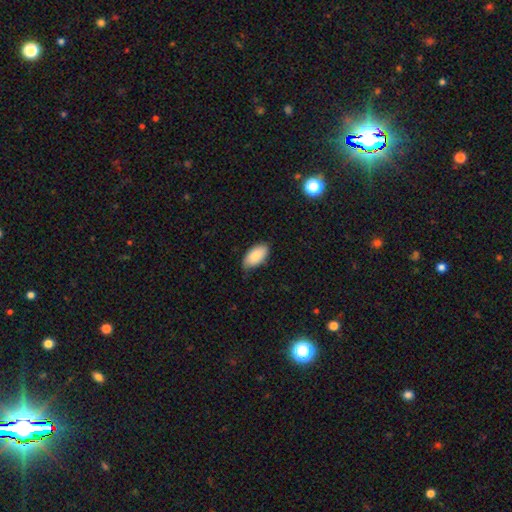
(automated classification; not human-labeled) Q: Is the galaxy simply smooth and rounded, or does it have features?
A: smooth — 85%.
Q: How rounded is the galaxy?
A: in between — 95%.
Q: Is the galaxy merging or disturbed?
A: none — 78%.